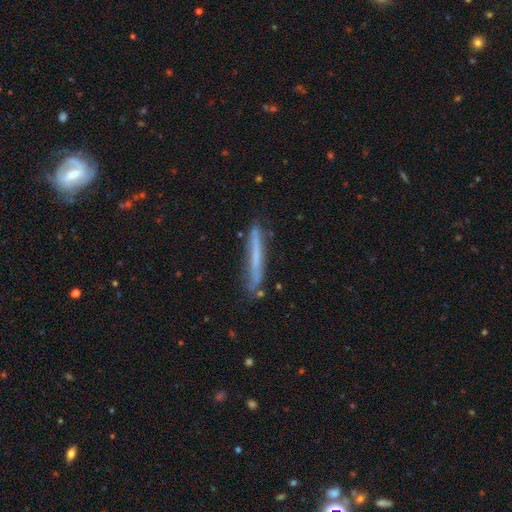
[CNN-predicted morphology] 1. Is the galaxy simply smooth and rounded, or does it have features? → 53% smooth, 40% featured or disk, 7% star or artifact.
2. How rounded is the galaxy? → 96% cigar-shaped, 3% in between, 1% round.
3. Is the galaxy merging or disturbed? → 79% none, 15% minor disturbance, 3% major disturbance, 3% merger.